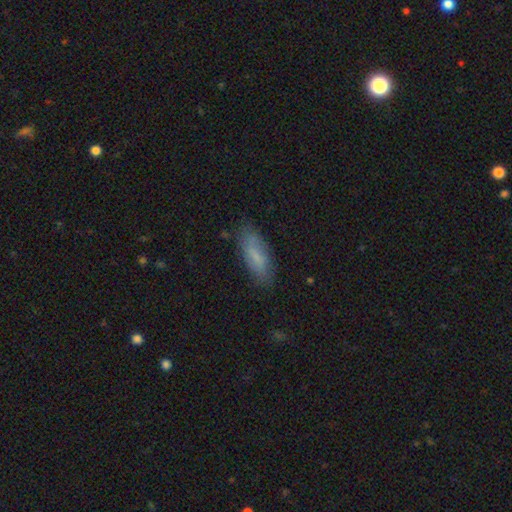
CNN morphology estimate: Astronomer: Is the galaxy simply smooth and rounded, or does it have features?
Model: smooth — 74%.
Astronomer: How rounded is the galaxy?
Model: in between — 64%.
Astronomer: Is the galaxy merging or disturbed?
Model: none — 78%.